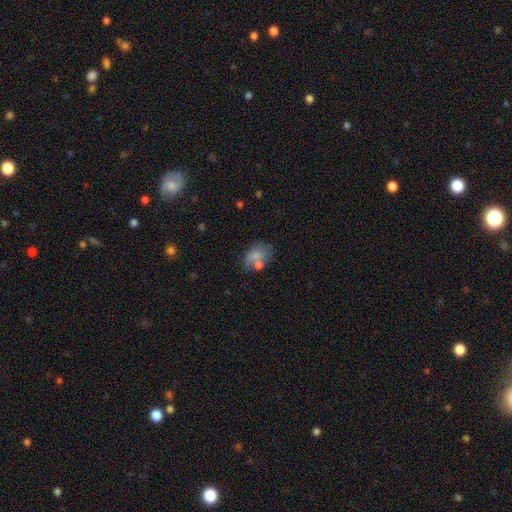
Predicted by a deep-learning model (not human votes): smooth_or_featured: smooth (p=0.66) [alt: featured or disk p=0.24]
how_rounded: in between (p=0.75) [alt: round p=0.24]
merging: none (p=0.40) [alt: merger p=0.23]